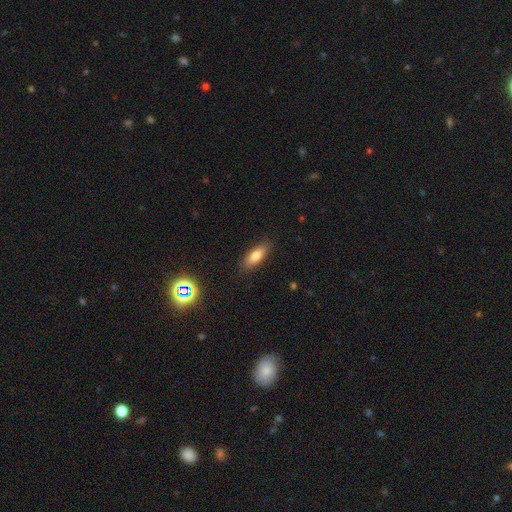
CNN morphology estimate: smooth 77%, featured or disk 14%, star or artifact 9%. Down the decision tree: how rounded — in between (67%); merging — none (86%).